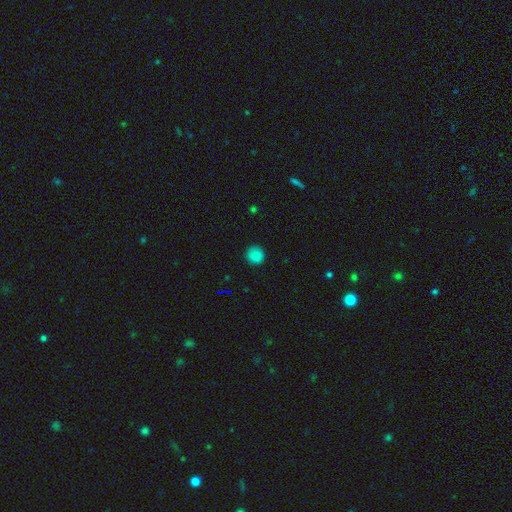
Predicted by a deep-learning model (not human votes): A smooth galaxy with no disk features (85%) that is round (94%). Merging: none (90%).